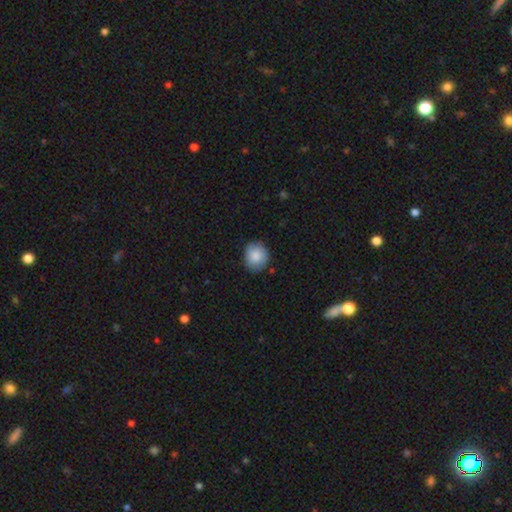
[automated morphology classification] The model was most divided on "how rounded": round: 73%, in between: 26%, cigar-shaped: 1%. More confident: smooth or featured — smooth (86%); merging — none (79%).